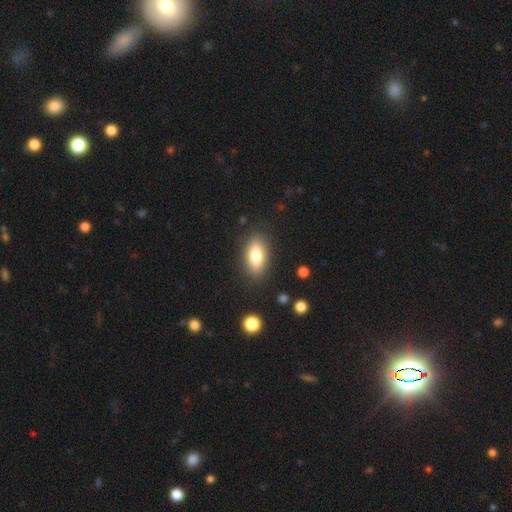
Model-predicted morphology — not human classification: This appears to be a smooth galaxy with no disk features (78%) that is in between round and cigar-shaped (85%). Merging: none (85%).